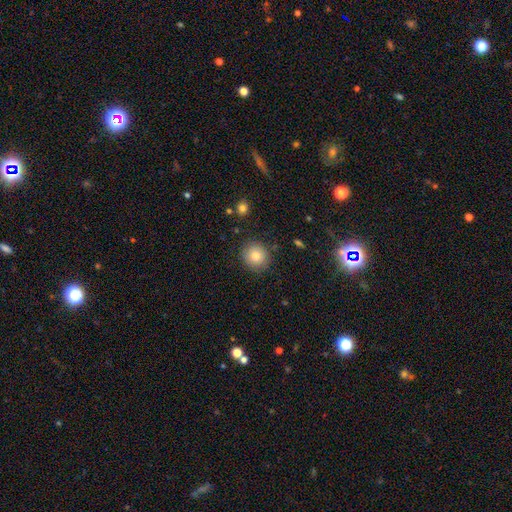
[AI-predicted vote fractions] smooth-or-featured: smooth: 81% | star or artifact: 10% | featured or disk: 9%
  how-rounded: round: 89% | in between: 10% | cigar-shaped: 1%
  merging: none: 87% | minor disturbance: 9% | major disturbance: 3% | merger: 2%